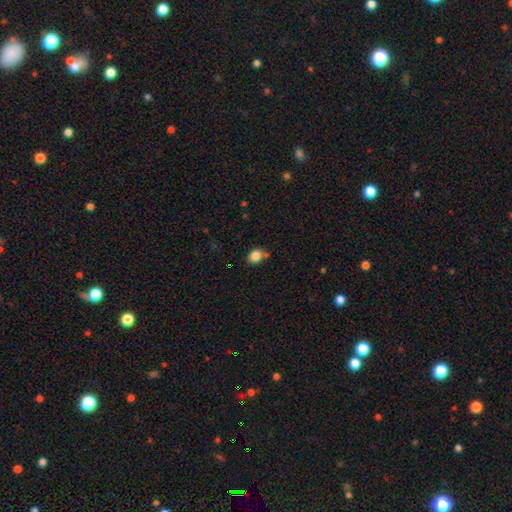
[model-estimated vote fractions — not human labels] This appears to be a smooth galaxy with no disk features (85%) that is round (52%). Merging: none (69%).